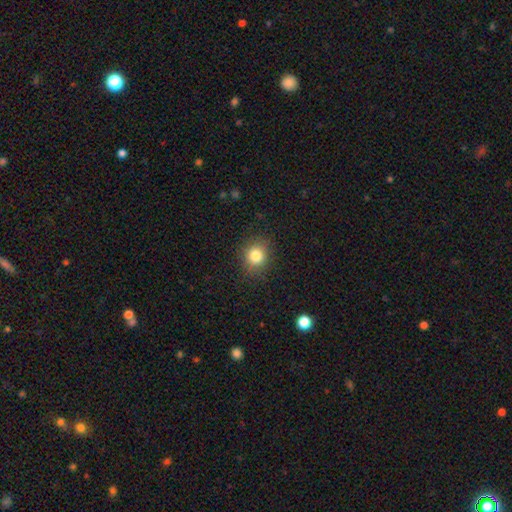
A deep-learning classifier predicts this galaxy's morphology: Smooth or featured? smooth (83%)
How rounded? round (80%)
Merging? none (87%)